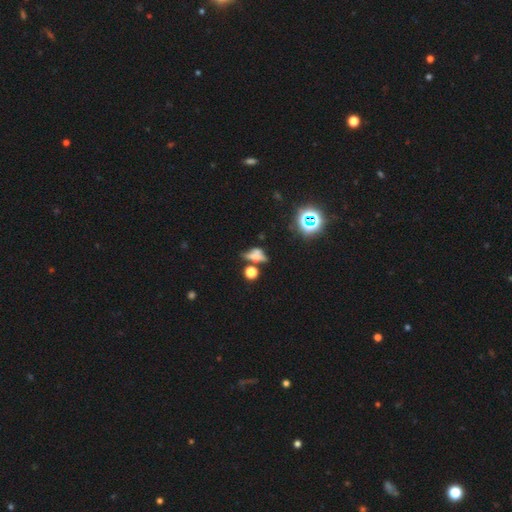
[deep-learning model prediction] The model was most divided on "merging": none: 38%, merger: 25%, minor disturbance: 21%, major disturbance: 16%. Remaining: smooth or featured — smooth (47%).